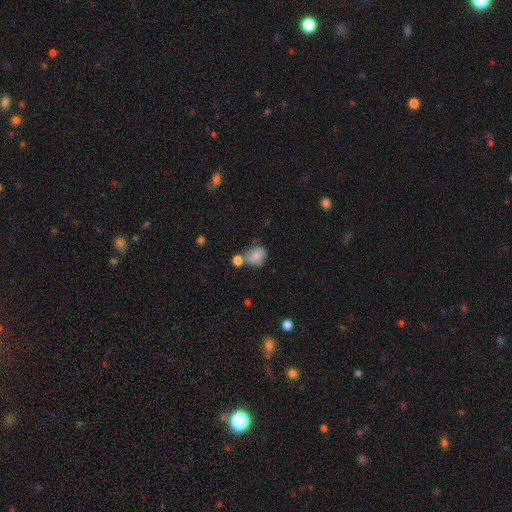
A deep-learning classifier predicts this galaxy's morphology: smooth 71%, featured or disk 19%, star or artifact 10%. Down the decision tree: how rounded — round (59%); merging — none (40%).